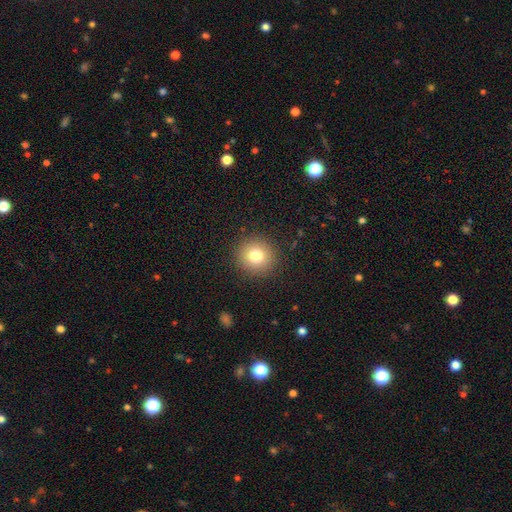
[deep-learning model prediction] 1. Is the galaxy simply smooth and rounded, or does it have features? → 78% smooth, 12% star or artifact, 10% featured or disk.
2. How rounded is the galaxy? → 92% round, 7% in between, 1% cigar-shaped.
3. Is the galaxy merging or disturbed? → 90% none, 6% minor disturbance, 3% major disturbance, 1% merger.